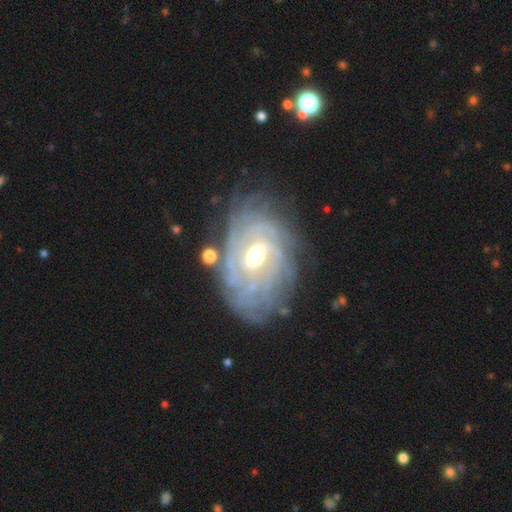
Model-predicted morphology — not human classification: smooth_or_featured: featured or disk (p=0.86) [alt: smooth p=0.08]
disk_edge_on: no (p=0.96) [alt: yes p=0.04]
bar: weak (p=0.50) [alt: no p=0.27]
has_spiral_arms: yes (p=0.94) [alt: no p=0.06]
spiral_winding: tight (p=0.78) [alt: medium p=0.17]
spiral_arm_count: can't tell (p=0.41) [alt: 4 p=0.17]
bulge_size: moderate (p=0.69) [alt: small p=0.22]
merging: none (p=0.73) [alt: minor disturbance p=0.18]